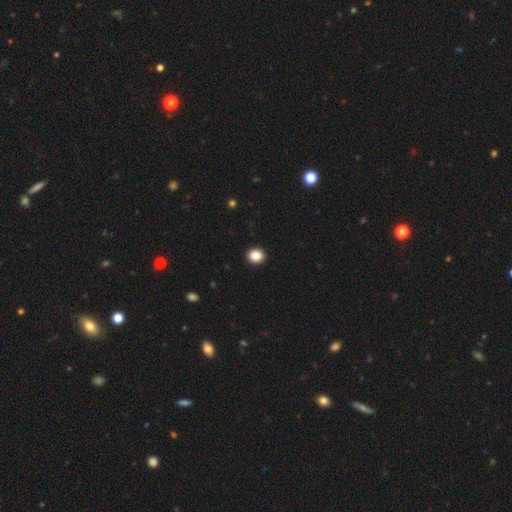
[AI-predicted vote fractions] Smooth or featured: smooth — 88% (star or artifact — 9%)
How rounded: round — 72% (in between — 27%)
Merging: none — 92% (minor disturbance — 6%)